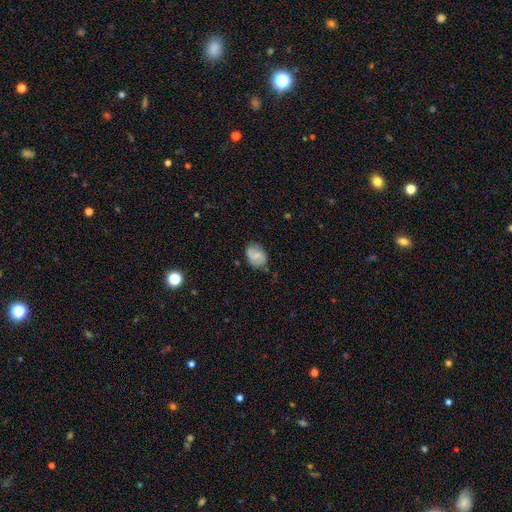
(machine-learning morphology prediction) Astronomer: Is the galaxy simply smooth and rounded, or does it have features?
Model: smooth — 65%.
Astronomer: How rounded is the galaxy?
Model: in between — 75%.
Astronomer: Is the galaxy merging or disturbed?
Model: none — 70%.